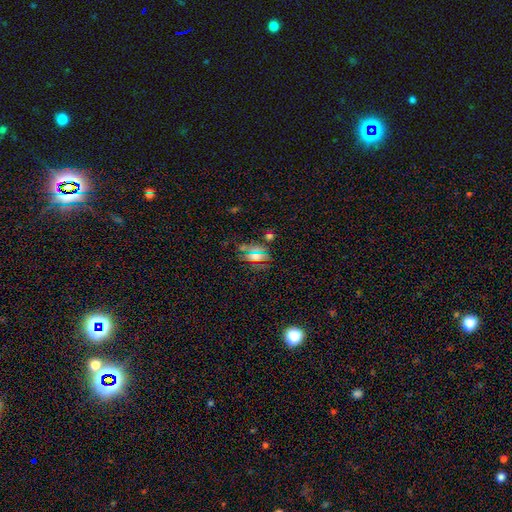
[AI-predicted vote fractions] Smooth or featured? Predicted: smooth (p=0.58). How rounded? Predicted: in between (p=0.70). Merging? Predicted: none (p=0.73).